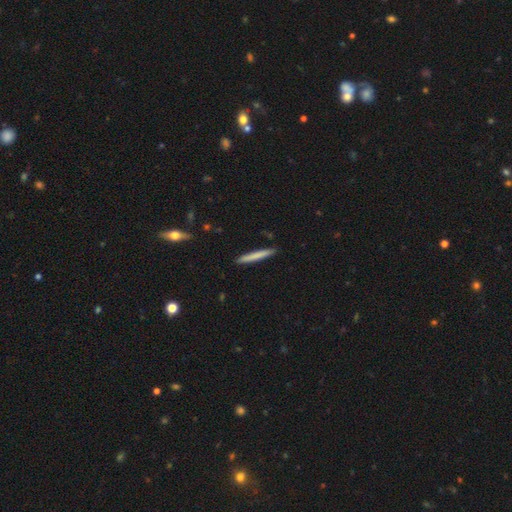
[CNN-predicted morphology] type=smooth (73%); roundness=cigar-shaped (97%); merging=none (92%).